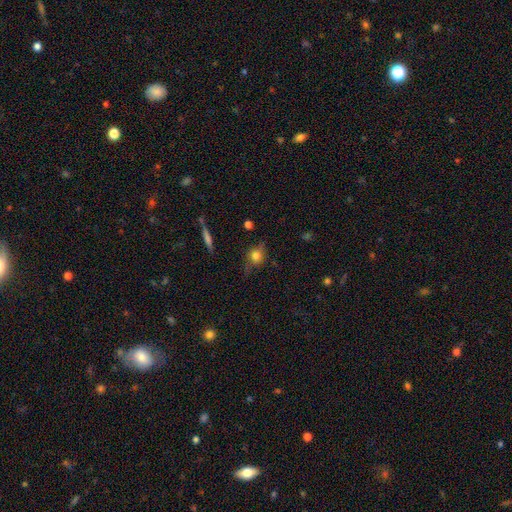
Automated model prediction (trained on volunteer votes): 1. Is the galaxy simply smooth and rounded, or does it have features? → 68% smooth, 21% featured or disk, 11% star or artifact.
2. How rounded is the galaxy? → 58% round, 37% in between, 5% cigar-shaped.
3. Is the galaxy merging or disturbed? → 65% none, 25% minor disturbance, 8% major disturbance, 2% merger.